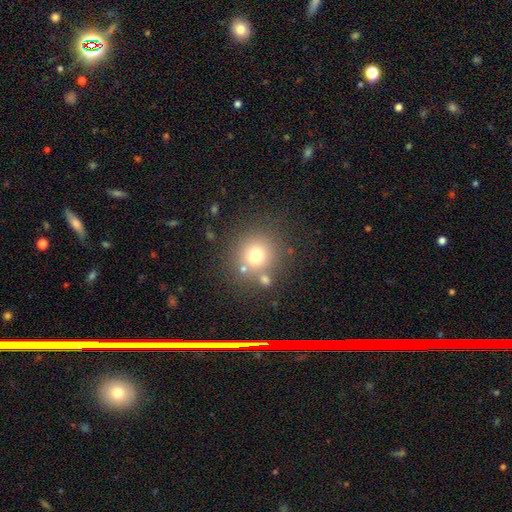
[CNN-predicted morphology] smooth-or-featured: smooth: 72% | star or artifact: 15% | featured or disk: 13%
  how-rounded: round: 91% | in between: 9% | cigar-shaped: 1%
  merging: none: 74% | merger: 11% | minor disturbance: 10% | major disturbance: 5%